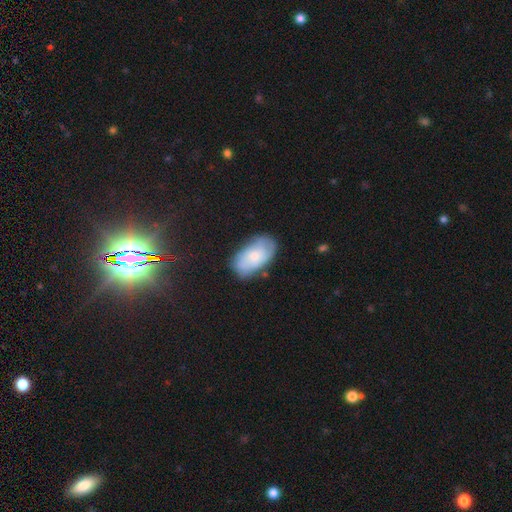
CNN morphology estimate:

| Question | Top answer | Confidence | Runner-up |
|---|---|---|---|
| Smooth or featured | smooth | 61% | featured or disk (32%) |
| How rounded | in between | 93% | round (5%) |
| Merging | none | 64% | minor disturbance (26%) |